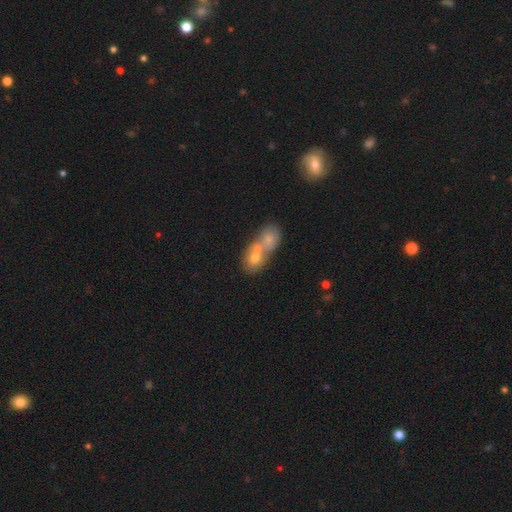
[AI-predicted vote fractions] Smooth or featured: smooth — 57% (featured or disk — 26%)
How rounded: round — 55% (in between — 41%)
Merging: merger — 73% (none — 19%)